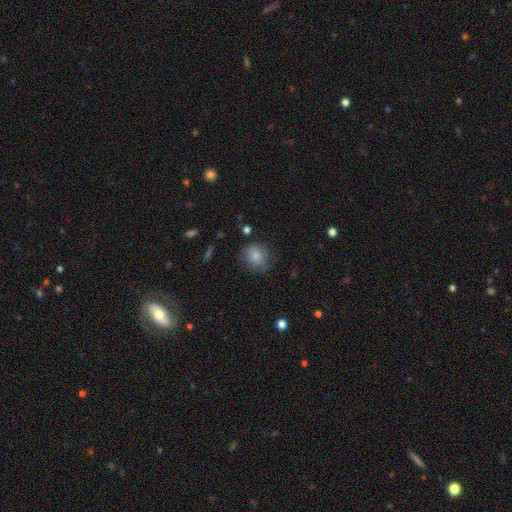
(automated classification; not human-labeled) This is clearly a smooth galaxy (81%). How rounded: likely round (72%). Merging: likely none (70%).